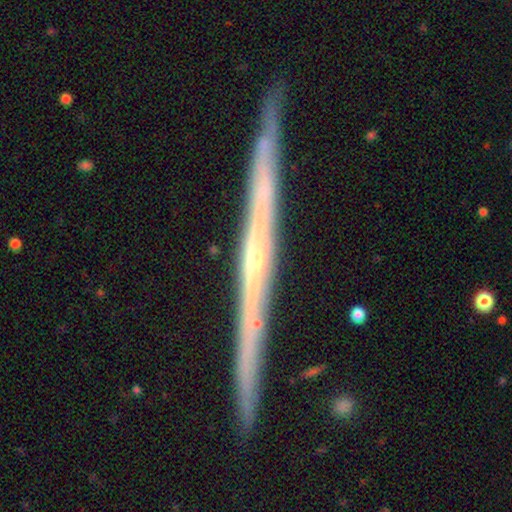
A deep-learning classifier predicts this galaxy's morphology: Q: Smooth or featured?
A: featured or disk (82%); runner-up: smooth (12%)
Q: Edge-on disk?
A: yes (98%); runner-up: no (2%)
Q: Edge-on bulge?
A: none (64%); runner-up: rounded (31%)
Q: Merging?
A: none (90%); runner-up: minor disturbance (7%)